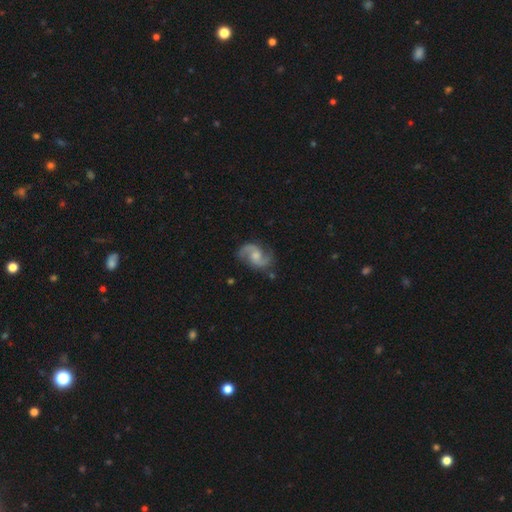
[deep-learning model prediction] smooth-or-featured: featured or disk: 89% | smooth: 7% | star or artifact: 5%
  disk-edge-on: no: 98% | yes: 2%
    bar: no: 53% | weak: 40% | strong: 6%
    has-spiral-arms: yes: 98% | no: 2%
      spiral-winding: medium: 48% | loose: 43% | tight: 9%
      spiral-arm-count: 2: 94% | can't tell: 2% | 1: 1% | 3: 1% | 4: 1% | more than 4: 1%
    bulge-size: moderate: 52% | small: 26% | none: 11% | large: 10% | dominant: 1%
  merging: none: 80% | minor disturbance: 14% | major disturbance: 4% | merger: 2%